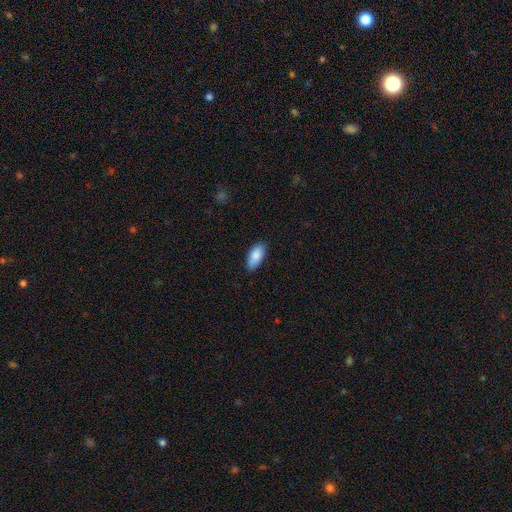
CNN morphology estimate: The model was most divided on "merging": none: 86%, minor disturbance: 11%, major disturbance: 2%, merger: 1%. More confident: how rounded — in between (89%); smooth or featured — smooth (88%).